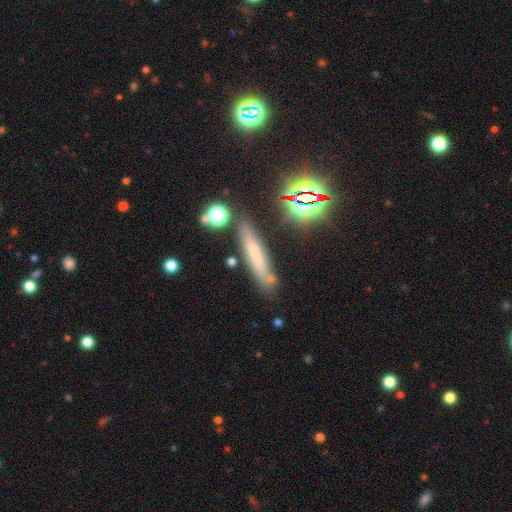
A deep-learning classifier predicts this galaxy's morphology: This is possibly a smooth galaxy (50%). How rounded: clearly cigar-shaped (88%). Merging: likely none (77%).